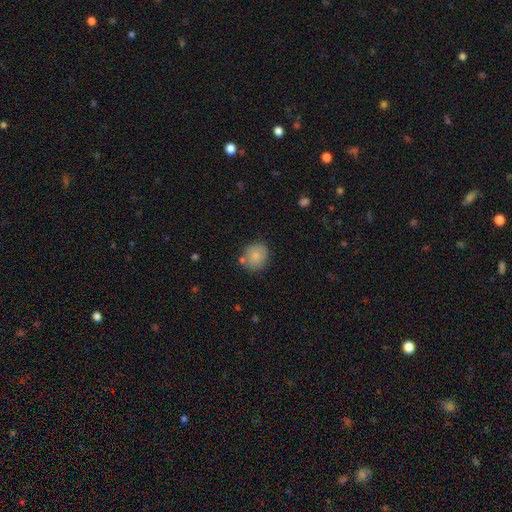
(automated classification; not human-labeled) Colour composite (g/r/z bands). It shows a smooth galaxy with no disk features (81%) that is round (80%). Merging: none (75%).